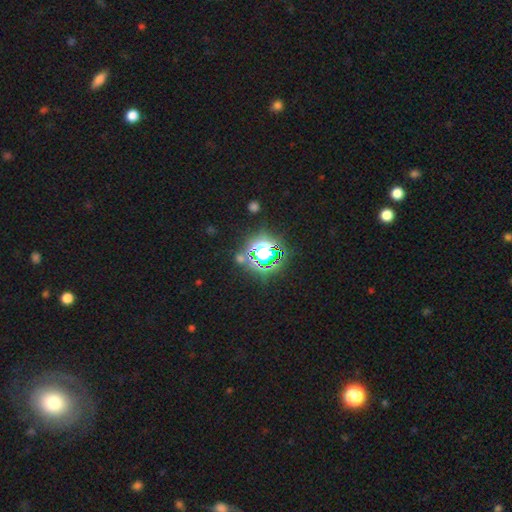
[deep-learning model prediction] A star or artifact, not a galaxy (77%).

Vote fractions:
- Smooth or featured? star or artifact: 77% / smooth: 15% / featured or disk: 8%